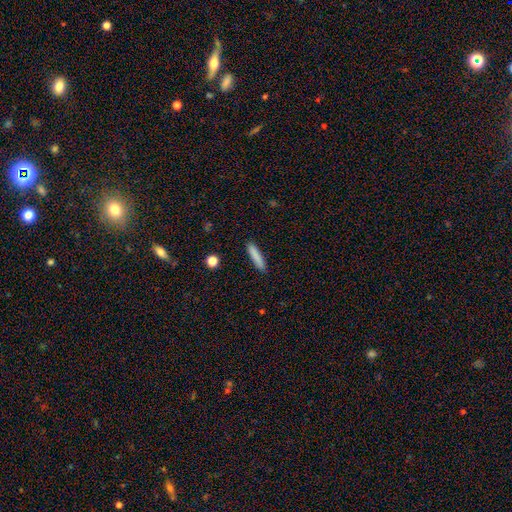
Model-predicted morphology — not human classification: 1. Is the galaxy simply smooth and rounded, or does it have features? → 85% smooth, 8% featured or disk, 7% star or artifact.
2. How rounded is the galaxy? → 88% cigar-shaped, 11% in between, 1% round.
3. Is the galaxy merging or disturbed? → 90% none, 7% minor disturbance, 2% major disturbance, 1% merger.